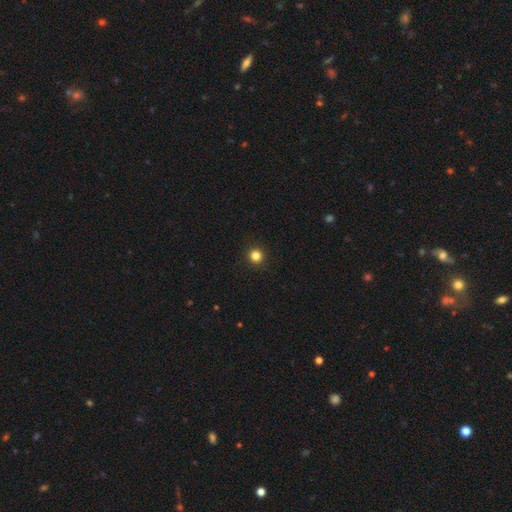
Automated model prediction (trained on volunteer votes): smooth-or-featured: smooth: 84% | star or artifact: 12% | featured or disk: 4%
  how-rounded: round: 95% | in between: 4% | cigar-shaped: 1%
  merging: none: 93% | minor disturbance: 4% | major disturbance: 2% | merger: 1%